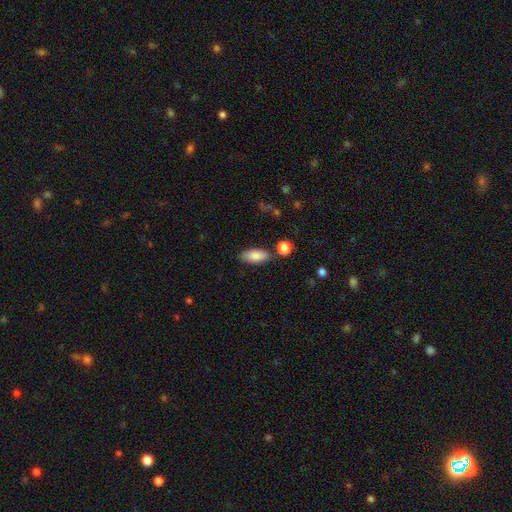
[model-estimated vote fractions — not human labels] A smooth galaxy with no disk features (86%) that is in between round and cigar-shaped (85%). Merging: none (78%).